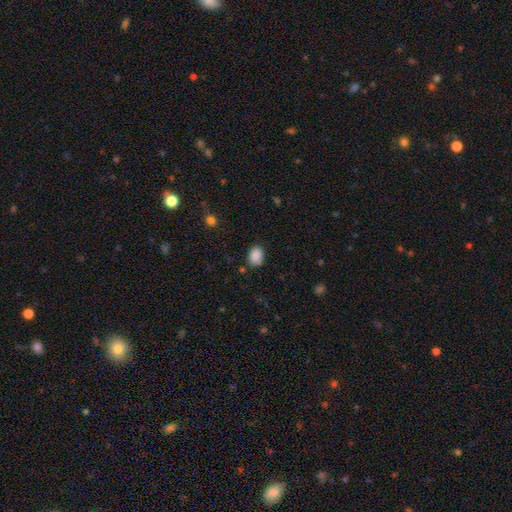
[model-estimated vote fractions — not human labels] smooth-or-featured: smooth: 88% | star or artifact: 8% | featured or disk: 3%
  how-rounded: in between: 70% | round: 29% | cigar-shaped: 1%
  merging: none: 78% | minor disturbance: 17% | major disturbance: 4% | merger: 2%